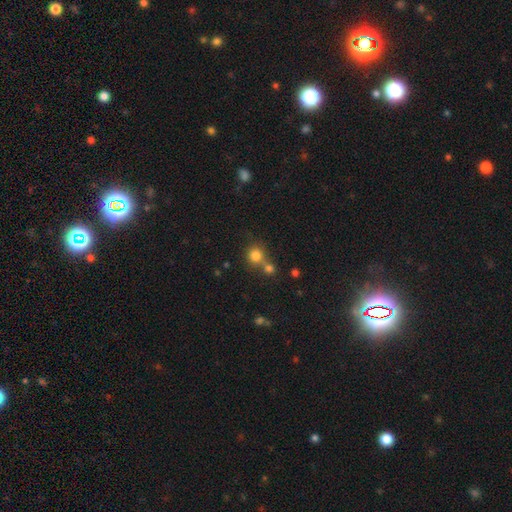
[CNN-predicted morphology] This is likely a smooth galaxy (78%). How rounded: clearly round (89%). Merging: possibly none (52%).